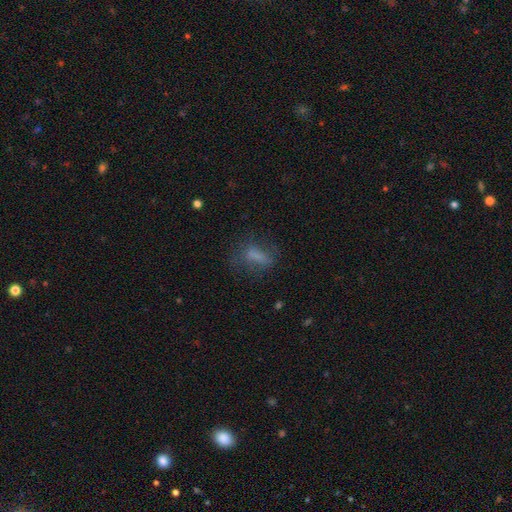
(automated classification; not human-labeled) The model was most divided on "merging": none: 56%, minor disturbance: 21%, major disturbance: 21%, merger: 2%. More confident: smooth or featured — smooth (65%); how rounded — in between (63%).